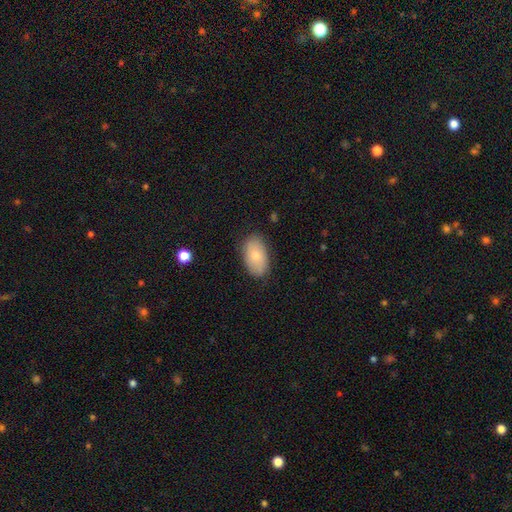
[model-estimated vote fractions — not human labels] Smooth or featured: smooth — 76% (featured or disk — 17%)
How rounded: in between — 93% (round — 5%)
Merging: none — 82% (minor disturbance — 14%)